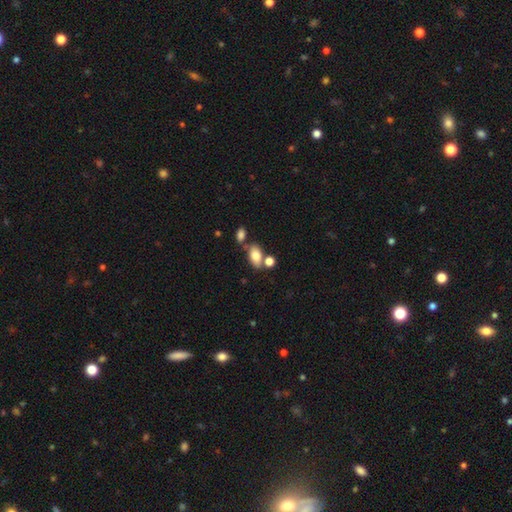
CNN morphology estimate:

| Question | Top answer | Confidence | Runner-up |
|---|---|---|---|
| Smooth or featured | smooth | 78% | featured or disk (13%) |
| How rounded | in between | 87% | round (10%) |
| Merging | none | 56% | merger (25%) |